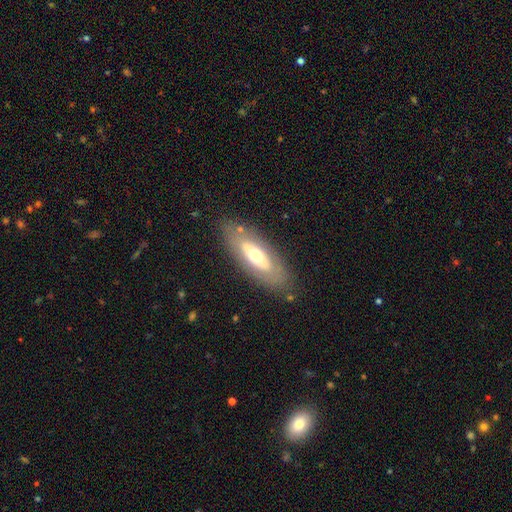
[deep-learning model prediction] A featured or disk galaxy (48%). Merging: none (81%).